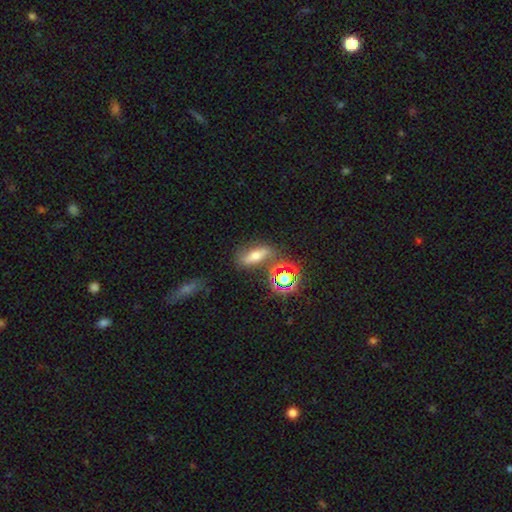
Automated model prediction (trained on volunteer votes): Smooth or featured: smooth — 48% (featured or disk — 30%)
Merging: none — 70% (minor disturbance — 15%)